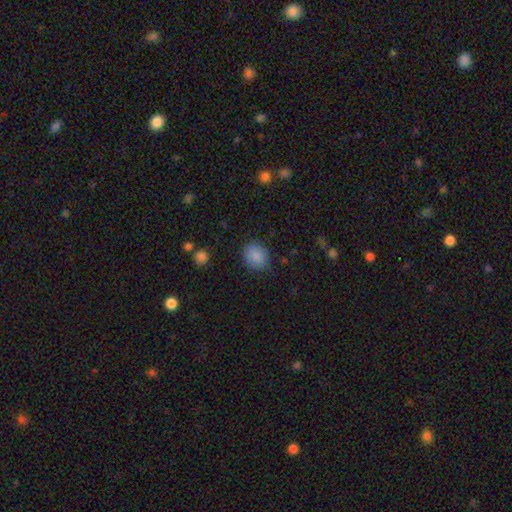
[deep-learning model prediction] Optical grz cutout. It shows a smooth galaxy with no disk features (87%) that is round (50%). Merging: none (84%).